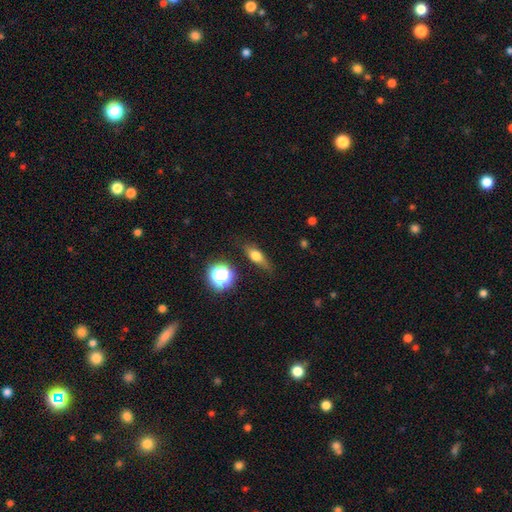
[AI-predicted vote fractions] smooth_or_featured: smooth (p=0.58) [alt: featured or disk p=0.30]
how_rounded: in between (p=0.49) [alt: cigar-shaped p=0.36]
merging: none (p=0.76) [alt: minor disturbance p=0.17]